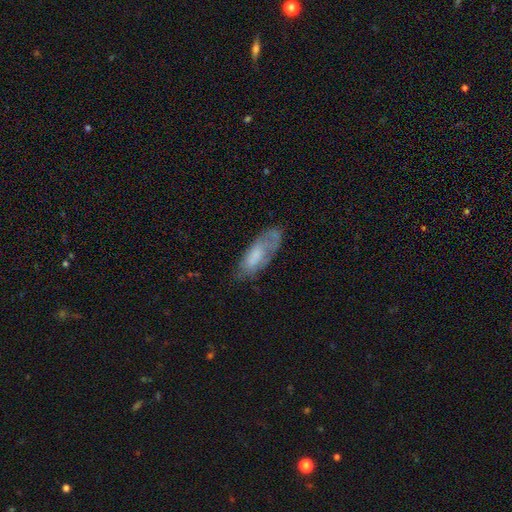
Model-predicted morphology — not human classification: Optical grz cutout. It shows a smooth galaxy with no disk features (60%) that is in between round and cigar-shaped (72%). Merging: none (49%).